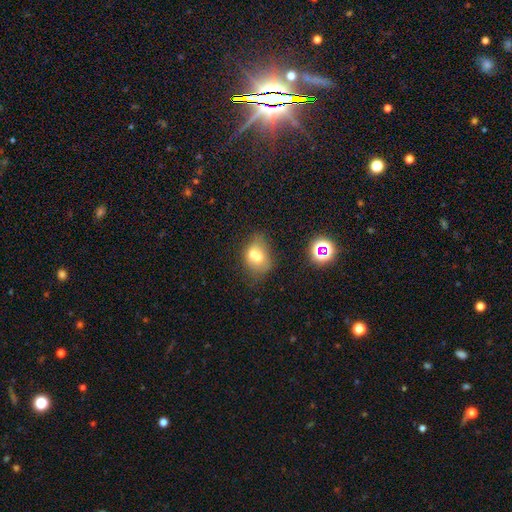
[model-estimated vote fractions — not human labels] smooth_or_featured: smooth (p=0.61) [alt: featured or disk p=0.27]
how_rounded: in between (p=0.53) [alt: round p=0.46]
merging: merger (p=0.59) [alt: none p=0.26]